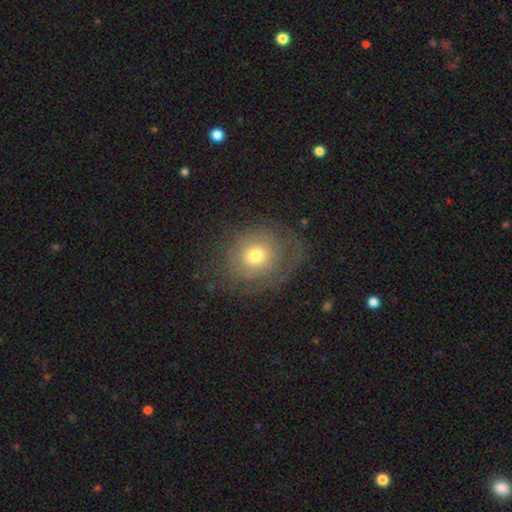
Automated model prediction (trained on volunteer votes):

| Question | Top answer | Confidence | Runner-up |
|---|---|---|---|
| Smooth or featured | smooth | 53% | featured or disk (37%) |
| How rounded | round | 72% | in between (27%) |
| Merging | none | 69% | minor disturbance (17%) |